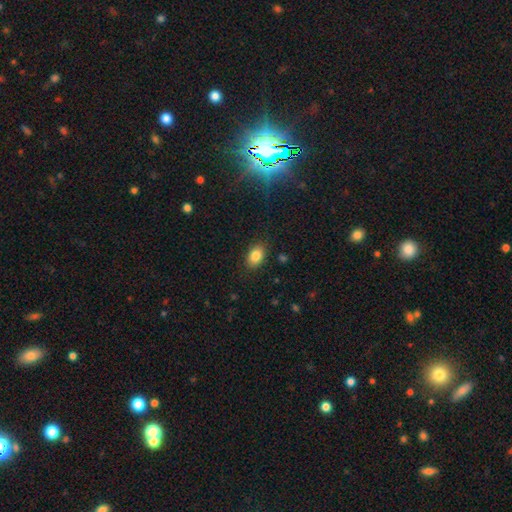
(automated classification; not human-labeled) This is clearly a smooth galaxy (84%). How rounded: clearly in between (83%). Merging: clearly none (86%).